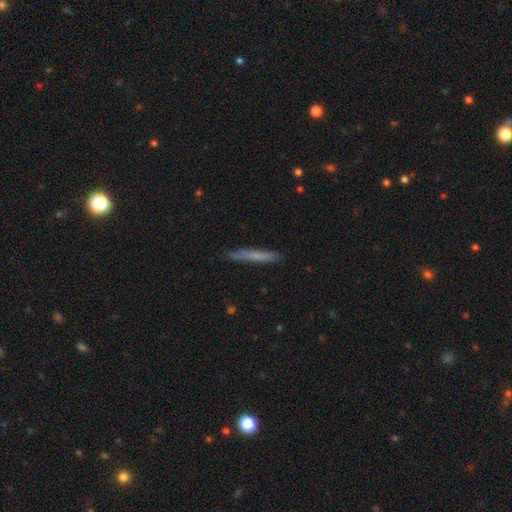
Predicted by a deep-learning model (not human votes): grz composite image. It shows a smooth galaxy with no disk features (66%) that is cigar-shaped (96%). Merging: none (84%).